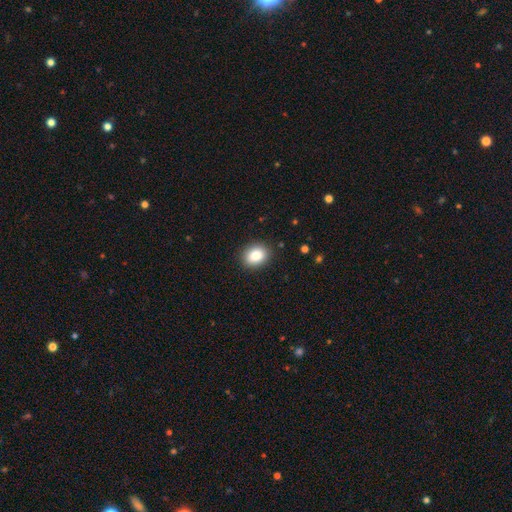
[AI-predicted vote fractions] This appears to be a smooth galaxy with no disk features (85%) that is in between round and cigar-shaped (57%). Merging: none (89%).